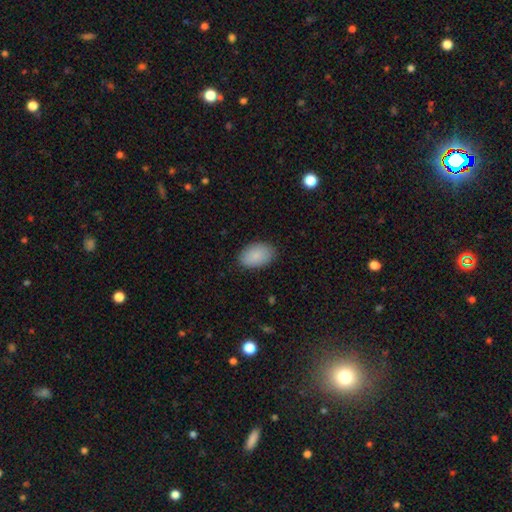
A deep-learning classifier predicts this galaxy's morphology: A smooth galaxy with no disk features (87%) that is in between round and cigar-shaped (91%).

Vote fractions:
- Smooth or featured? smooth: 87% / star or artifact: 7% / featured or disk: 7%
- How rounded? in between: 91% / round: 7% / cigar-shaped: 1%
- Merging? none: 86% / minor disturbance: 11% / major disturbance: 2% / merger: 1%